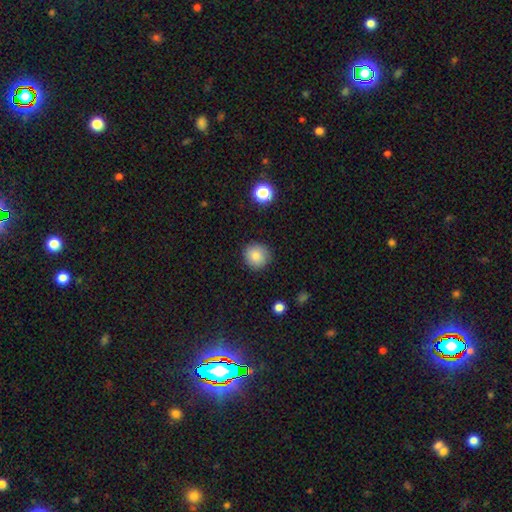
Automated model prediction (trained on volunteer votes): This is clearly a smooth galaxy (84%). How rounded: clearly round (91%). Merging: clearly none (88%).